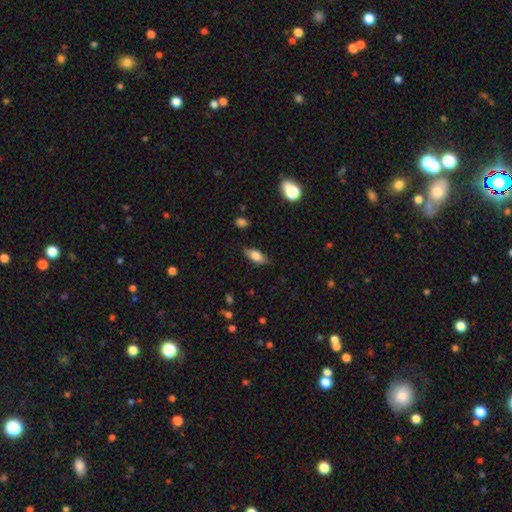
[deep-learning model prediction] This appears to be a smooth galaxy with no disk features (75%) that is in between round and cigar-shaped (79%). Merging: none (83%).